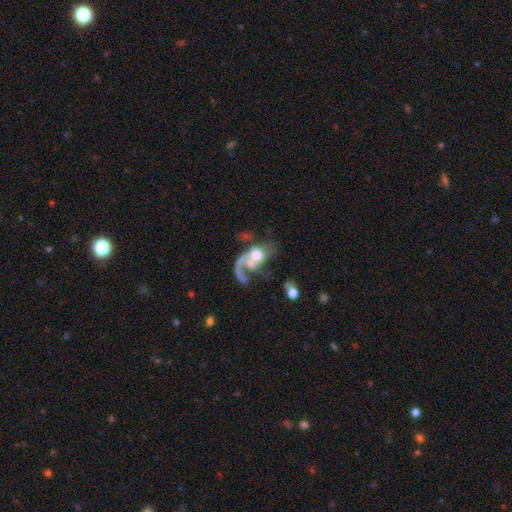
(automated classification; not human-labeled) Overall: featured or disk (67%). Edge-on disk: no (97%). Bar: no (75%). Spiral arms: yes (71%). Bulge size: moderate (43%; large 36%). Merging: merger (38%, tied with major disturbance).